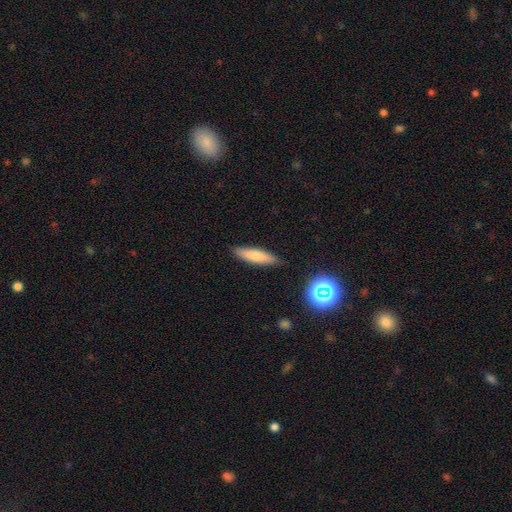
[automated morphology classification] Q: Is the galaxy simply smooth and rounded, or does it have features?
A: smooth — 75%.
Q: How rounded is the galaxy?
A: cigar-shaped — 70%.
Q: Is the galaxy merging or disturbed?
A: none — 86%.